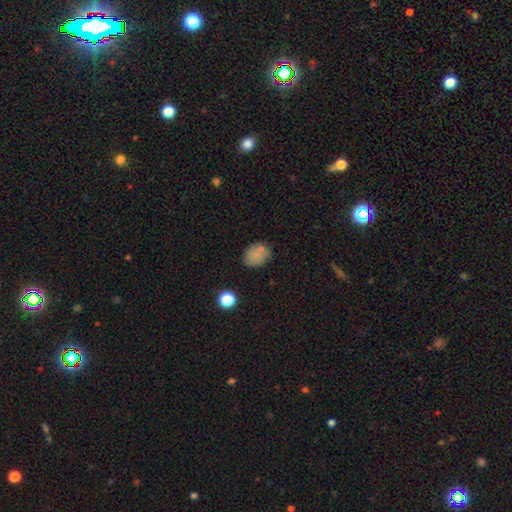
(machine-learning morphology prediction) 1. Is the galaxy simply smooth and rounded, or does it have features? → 78% smooth, 11% featured or disk, 11% star or artifact.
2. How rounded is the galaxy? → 57% in between, 42% round, 1% cigar-shaped.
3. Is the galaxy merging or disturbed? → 69% none, 17% minor disturbance, 8% merger, 5% major disturbance.